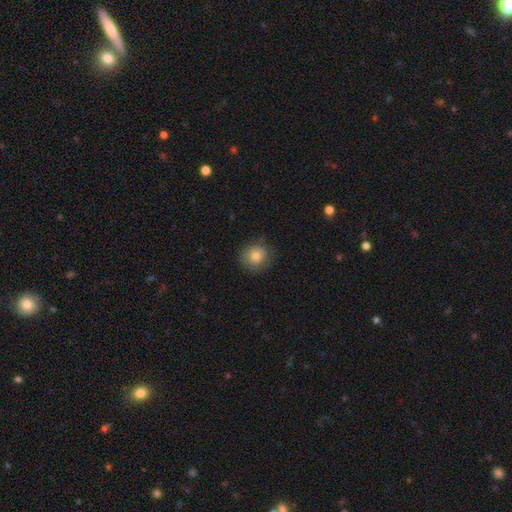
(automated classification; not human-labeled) Q: Smooth or featured?
A: smooth (79%); runner-up: featured or disk (12%)
Q: How rounded?
A: round (84%); runner-up: in between (15%)
Q: Merging?
A: none (78%); runner-up: minor disturbance (16%)